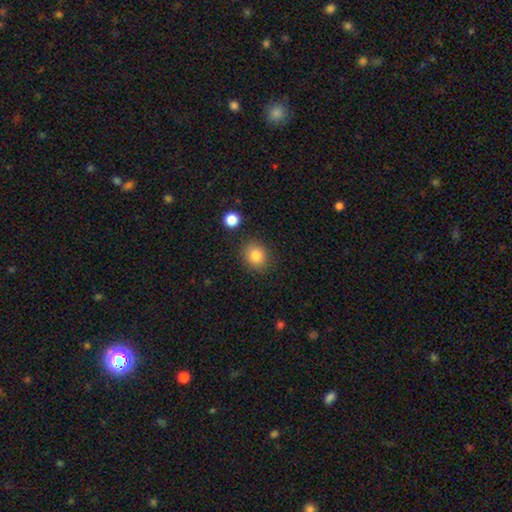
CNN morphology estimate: This appears to be a smooth galaxy with no disk features (84%) that is round (72%). Merging: none (86%).